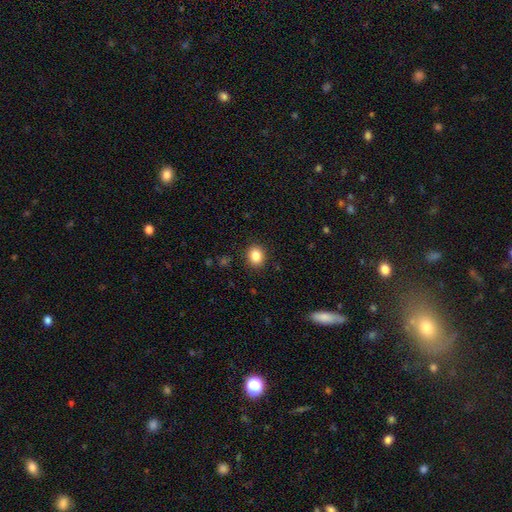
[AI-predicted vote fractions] Smooth or featured? smooth (85%)
How rounded? round (66%)
Merging? none (90%)